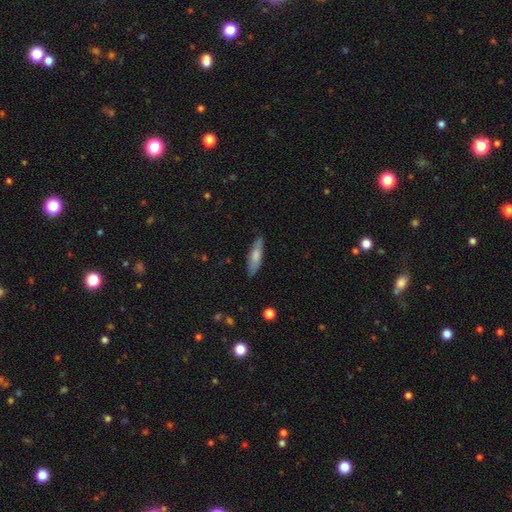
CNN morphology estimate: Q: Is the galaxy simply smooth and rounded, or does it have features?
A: smooth — 73%.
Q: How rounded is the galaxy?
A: cigar-shaped — 60%.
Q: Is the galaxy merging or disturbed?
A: none — 83%.